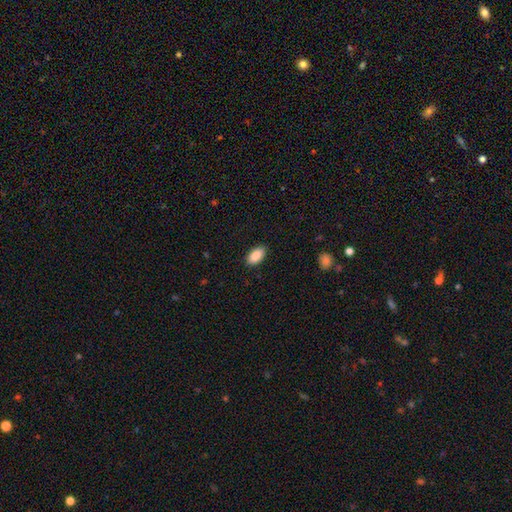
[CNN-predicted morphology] type=smooth (89%); roundness=in between (94%); merging=none (88%).